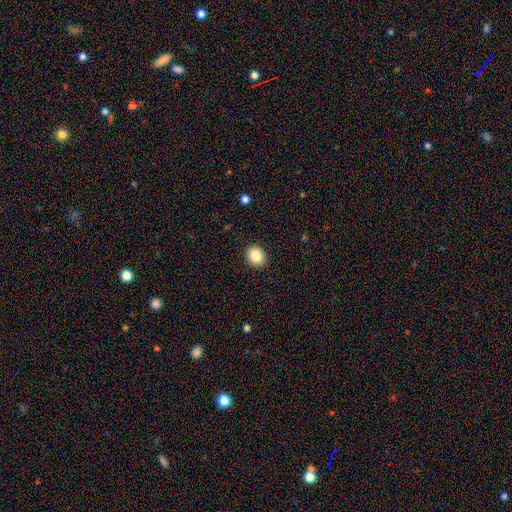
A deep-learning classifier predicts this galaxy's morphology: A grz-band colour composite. It shows a smooth galaxy with no disk features (86%) that is round (62%). Merging: none (90%).